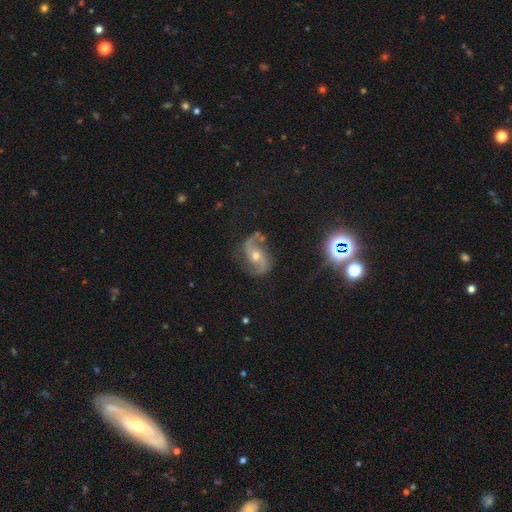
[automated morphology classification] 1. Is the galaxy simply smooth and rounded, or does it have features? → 85% featured or disk, 9% star or artifact, 6% smooth.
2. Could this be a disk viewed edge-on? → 97% no, 3% yes.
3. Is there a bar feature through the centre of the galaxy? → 60% no, 30% weak, 10% strong.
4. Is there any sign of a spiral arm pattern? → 96% yes, 4% no.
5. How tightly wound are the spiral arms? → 49% loose, 41% medium, 10% tight.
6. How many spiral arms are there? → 92% 2, 2% can't tell, 2% 1, 1% 3, 1% 4, 1% more than 4.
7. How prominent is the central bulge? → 62% moderate, 33% small, 3% large, 1% none, 1% dominant.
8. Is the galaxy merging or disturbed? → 73% none, 17% minor disturbance, 8% major disturbance, 3% merger.